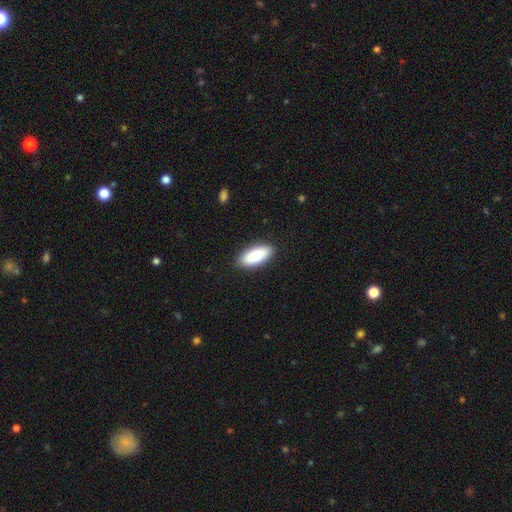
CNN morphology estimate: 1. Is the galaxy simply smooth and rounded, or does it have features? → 89% smooth, 6% featured or disk, 5% star or artifact.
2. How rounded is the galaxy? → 83% in between, 15% cigar-shaped, 2% round.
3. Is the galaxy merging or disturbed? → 89% none, 8% minor disturbance, 2% major disturbance, 1% merger.